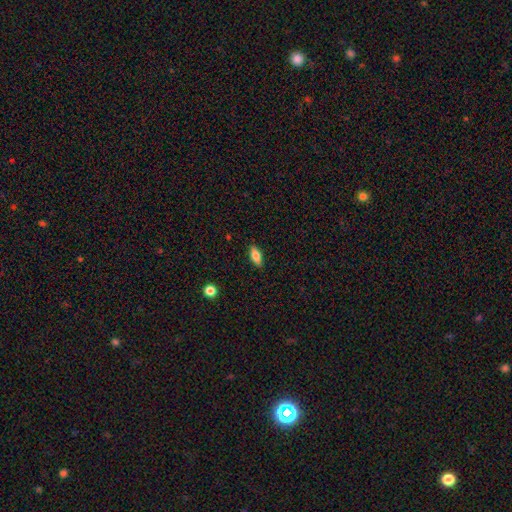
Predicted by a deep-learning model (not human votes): Smooth or featured? Predicted: smooth (p=0.75). How rounded? Predicted: in between (p=0.80). Merging? Predicted: none (p=0.88).